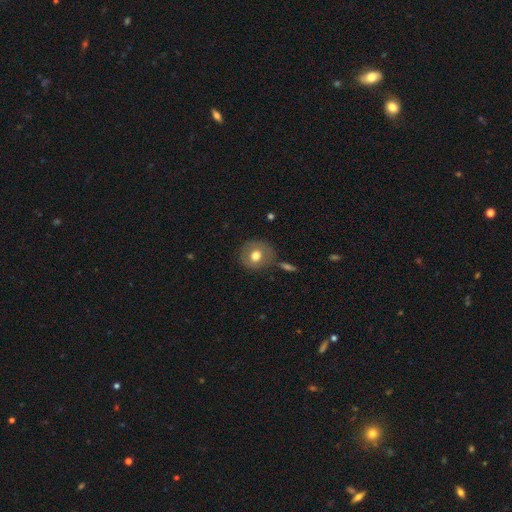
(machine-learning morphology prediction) smooth_or_featured: smooth (p=0.69) [alt: featured or disk p=0.23]
how_rounded: round (p=0.87) [alt: in between p=0.12]
merging: none (p=0.79) [alt: minor disturbance p=0.12]